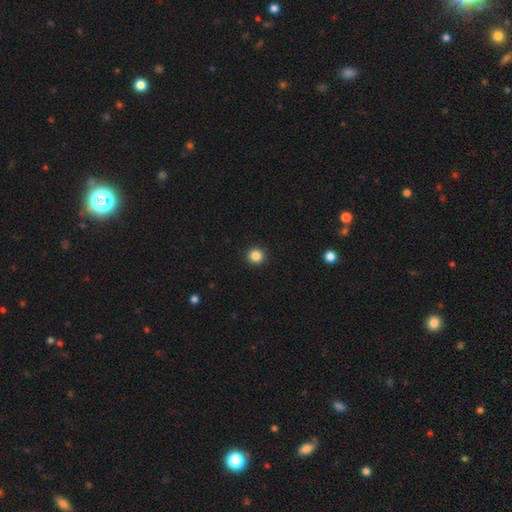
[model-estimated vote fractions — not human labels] Smooth or featured? Predicted: smooth (p=0.85). How rounded? Predicted: round (p=0.94). Merging? Predicted: none (p=0.93).